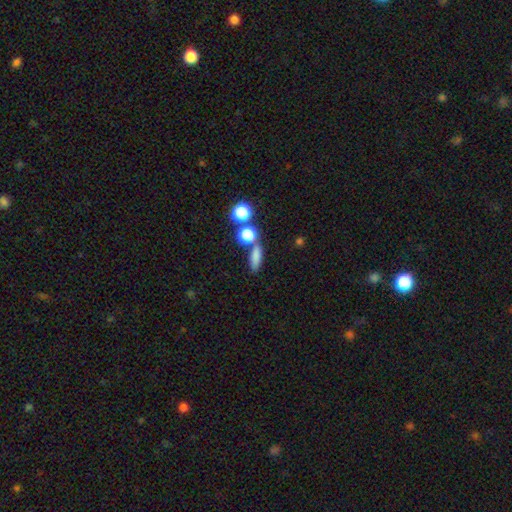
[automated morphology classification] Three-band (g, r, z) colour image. It shows a smooth galaxy with no disk features (78%) that is in between round and cigar-shaped (45%). Merging: none (66%).